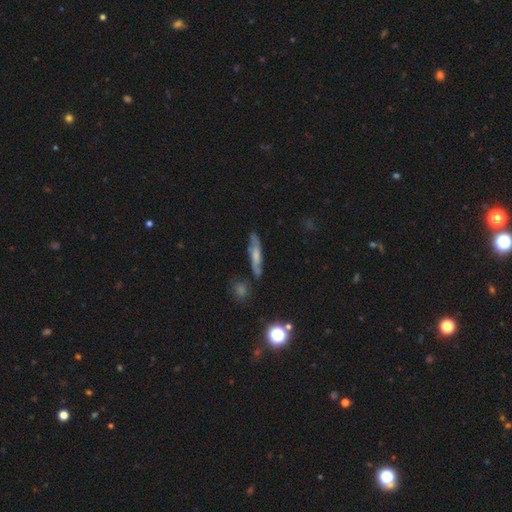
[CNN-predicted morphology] smooth 48%, featured or disk 42%, star or artifact 9%. Down the decision tree: merging — none (73%).